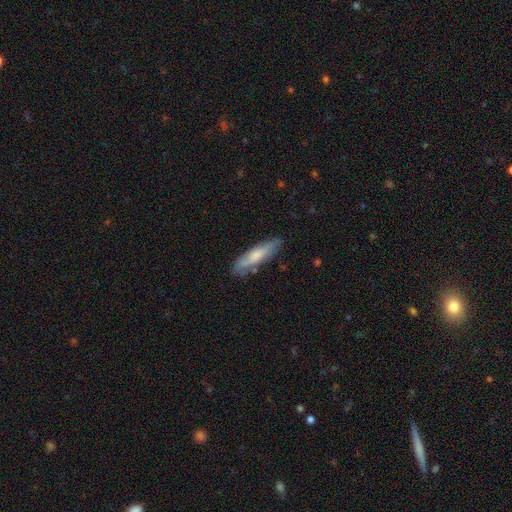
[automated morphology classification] Smooth or featured? smooth (64%)
How rounded? cigar-shaped (73%)
Merging? none (74%)